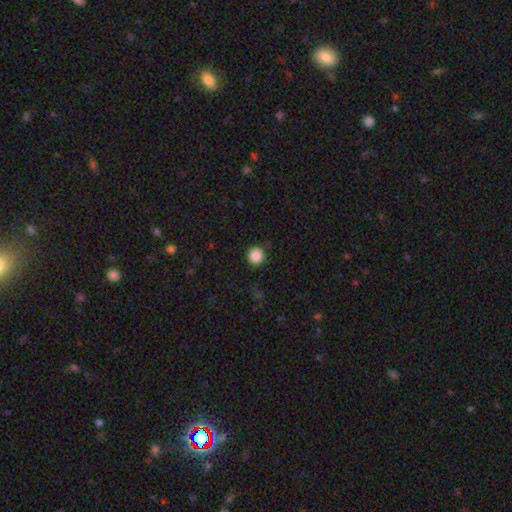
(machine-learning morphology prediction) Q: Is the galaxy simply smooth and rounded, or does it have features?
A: smooth — 88%.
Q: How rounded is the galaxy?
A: round — 95%.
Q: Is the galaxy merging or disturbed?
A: none — 90%.